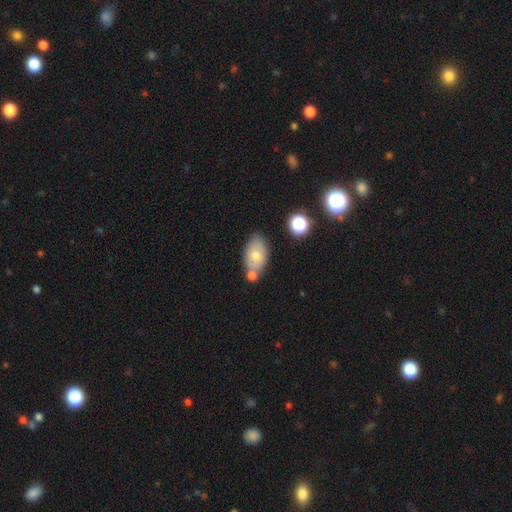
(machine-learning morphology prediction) Smooth or featured? smooth (69%)
How rounded? in between (89%)
Merging? none (56%)